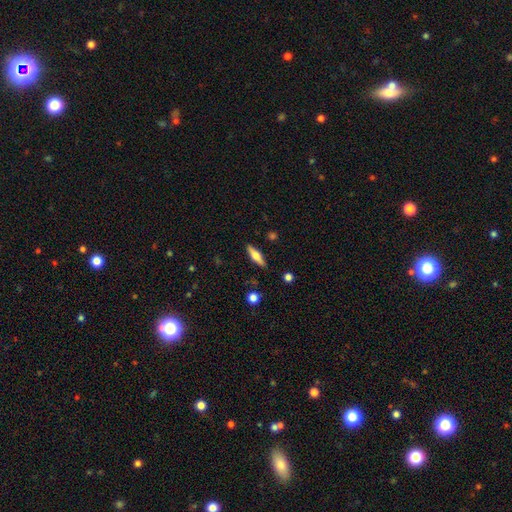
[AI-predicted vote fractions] Smooth or featured? smooth (47%, tied with featured or disk)
Merging? none (87%)